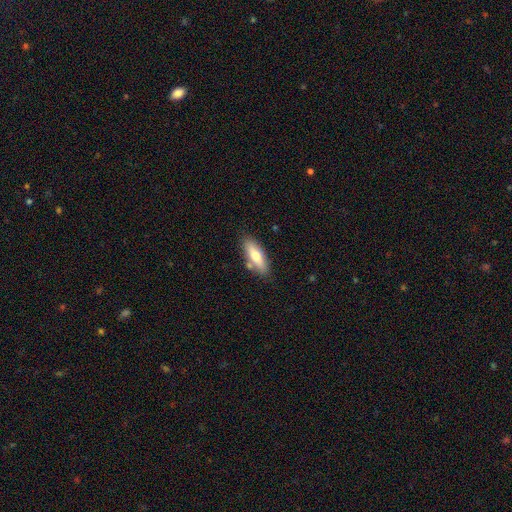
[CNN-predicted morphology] A smooth galaxy with no disk features (66%) that is in between round and cigar-shaped (60%).

Vote fractions:
- Smooth or featured? smooth: 66% / featured or disk: 28% / star or artifact: 6%
- How rounded? in between: 60% / cigar-shaped: 38% / round: 2%
- Merging? none: 78% / minor disturbance: 12% / merger: 7% / major disturbance: 3%